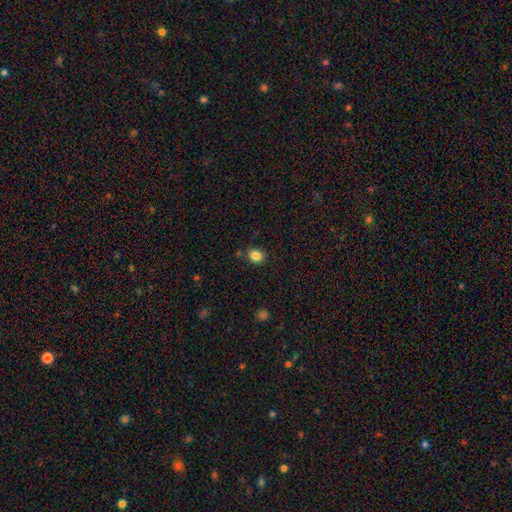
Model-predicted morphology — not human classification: Q: Smooth or featured?
A: smooth (84%); runner-up: star or artifact (11%)
Q: How rounded?
A: round (67%); runner-up: in between (32%)
Q: Merging?
A: none (86%); runner-up: minor disturbance (9%)